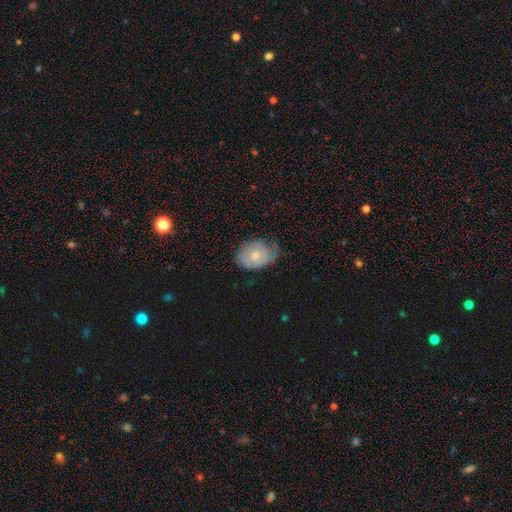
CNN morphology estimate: featured or disk 54%, smooth 40%, star or artifact 7%. Down the decision tree: edge-on disk — no (96%); bar — no (77%); spiral arms — yes (80%); bulge size — small (47%); merging — none (58%).